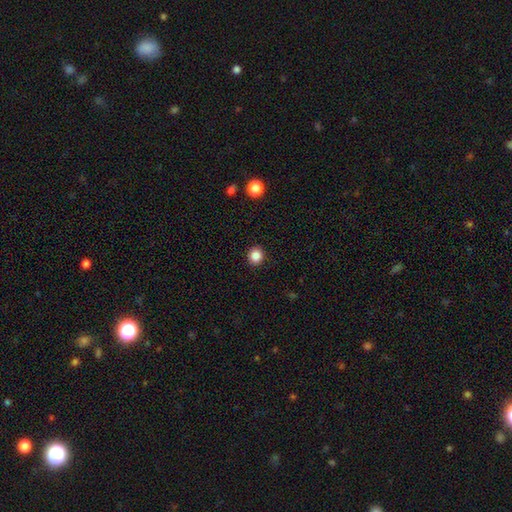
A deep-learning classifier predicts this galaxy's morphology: The model was most divided on "how rounded": round: 87%, in between: 12%, cigar-shaped: 1%. More confident: merging — none (92%); smooth or featured — smooth (86%).